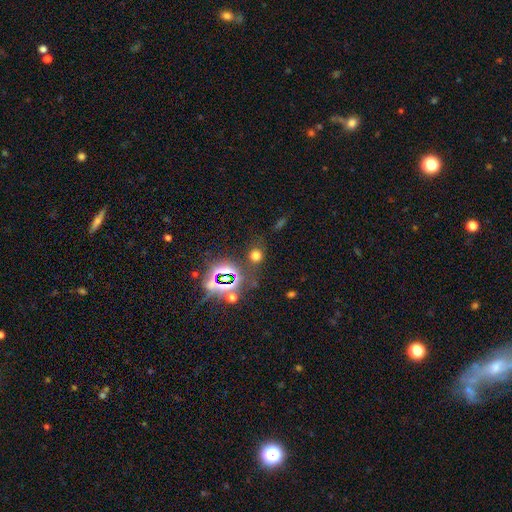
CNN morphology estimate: Overall: smooth (58%; star or artifact 35%). How rounded: round (80%). Merging: none (77%).